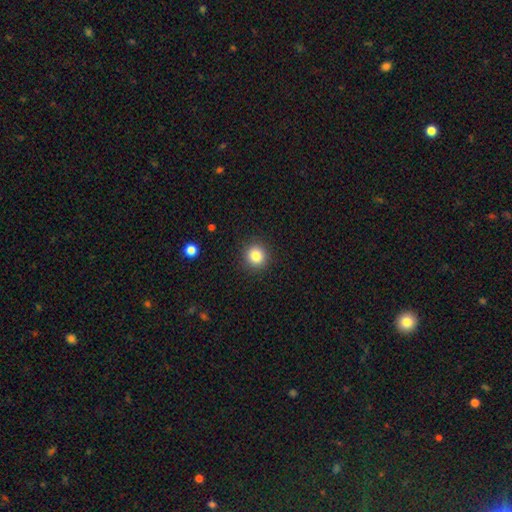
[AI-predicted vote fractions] Q: Smooth or featured?
A: smooth (84%); runner-up: star or artifact (11%)
Q: How rounded?
A: round (91%); runner-up: in between (8%)
Q: Merging?
A: none (91%); runner-up: minor disturbance (6%)